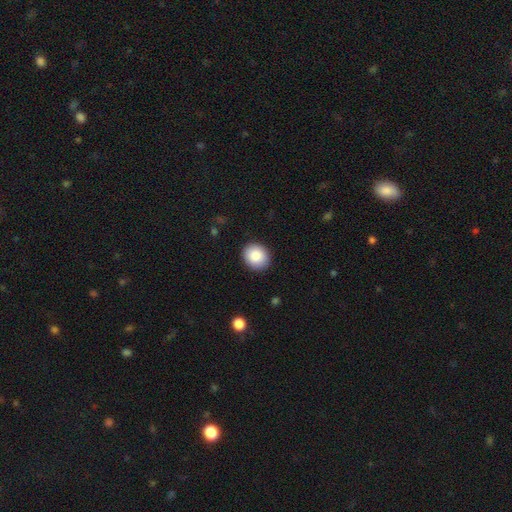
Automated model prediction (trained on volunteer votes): A smooth galaxy with no disk features (87%) that is round (73%).

Vote fractions:
- Smooth or featured? smooth: 87% / star or artifact: 7% / featured or disk: 6%
- How rounded? round: 73% / in between: 26% / cigar-shaped: 1%
- Merging? none: 90% / minor disturbance: 7% / major disturbance: 2% / merger: 1%